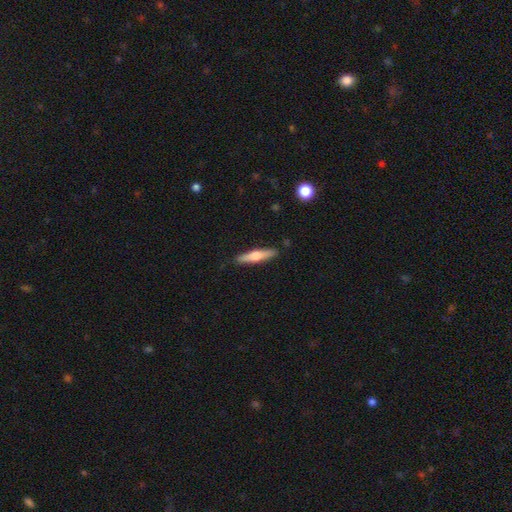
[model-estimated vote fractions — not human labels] featured or disk 49%, smooth 46%, star or artifact 5%. Down the decision tree: merging — none (88%).